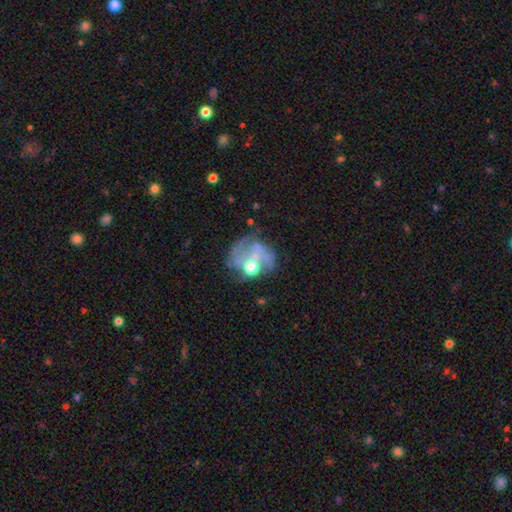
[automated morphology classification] type=featured or disk (58%); edge-on=no (97%); bar=no (77%); spiral arms=no (54%); bulge=moderate (54%); merging=none (40%).